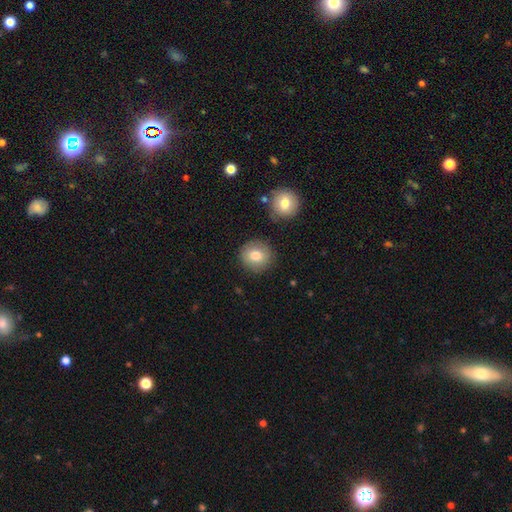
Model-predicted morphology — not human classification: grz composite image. It shows a smooth galaxy with no disk features (80%) that is round (89%). Merging: none (84%).